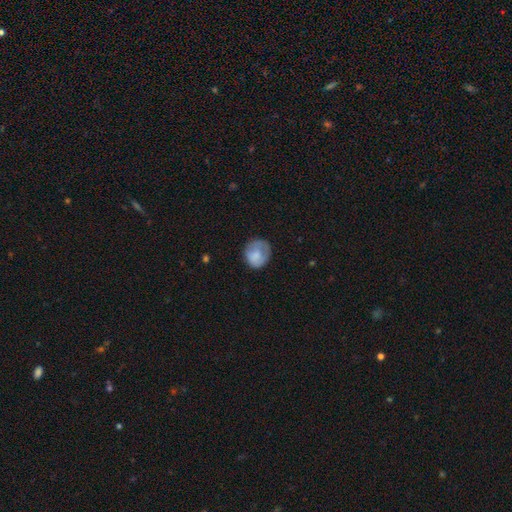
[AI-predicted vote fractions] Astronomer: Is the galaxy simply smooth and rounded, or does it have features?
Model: smooth — 74%.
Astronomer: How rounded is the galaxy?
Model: round — 76%.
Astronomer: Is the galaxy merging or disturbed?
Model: none — 62%.